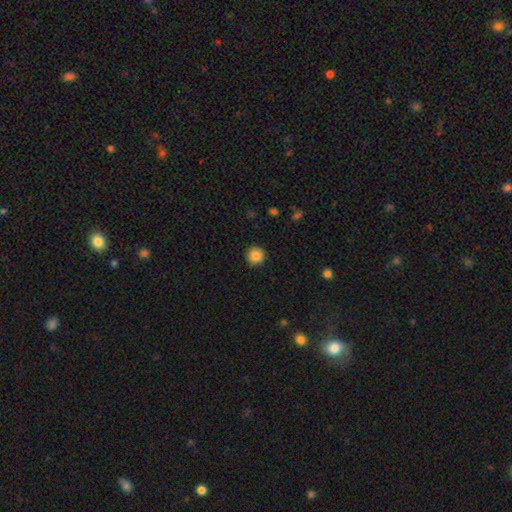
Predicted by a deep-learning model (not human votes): smooth-or-featured: smooth: 86% | star or artifact: 9% | featured or disk: 5%
  how-rounded: round: 95% | in between: 4% | cigar-shaped: 1%
  merging: none: 89% | minor disturbance: 8% | major disturbance: 2% | merger: 1%